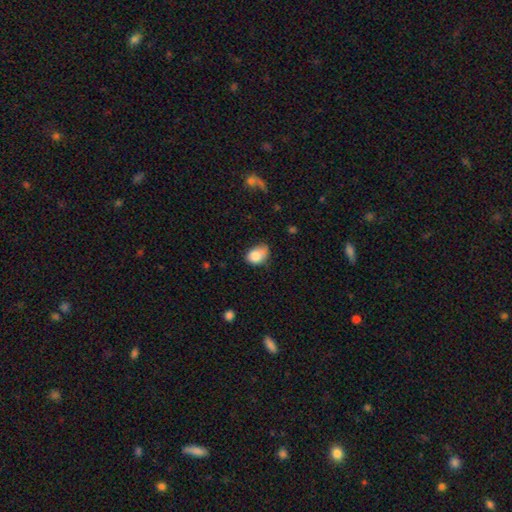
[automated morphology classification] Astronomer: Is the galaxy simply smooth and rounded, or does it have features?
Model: smooth — 82%.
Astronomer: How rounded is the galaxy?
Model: in between — 73%.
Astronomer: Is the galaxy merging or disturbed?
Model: minor disturbance — 42% (runner-up: none, 41%).